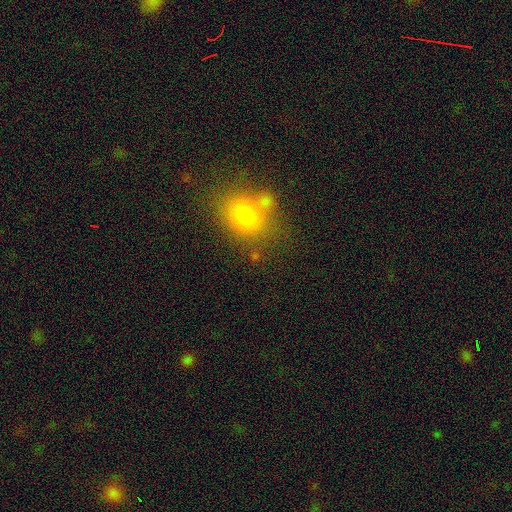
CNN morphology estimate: A smooth galaxy with no disk features (70%) that is round (55%).

Vote fractions:
- Smooth or featured? smooth: 70% / star or artifact: 18% / featured or disk: 12%
- How rounded? round: 55% / in between: 44% / cigar-shaped: 2%
- Merging? none: 69% / merger: 14% / minor disturbance: 13% / major disturbance: 5%